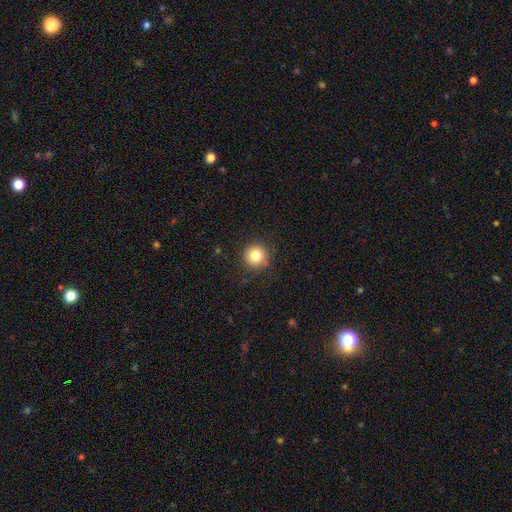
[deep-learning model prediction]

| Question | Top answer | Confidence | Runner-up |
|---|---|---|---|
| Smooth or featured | smooth | 82% | star or artifact (11%) |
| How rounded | round | 95% | in between (4%) |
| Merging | none | 90% | minor disturbance (7%) |